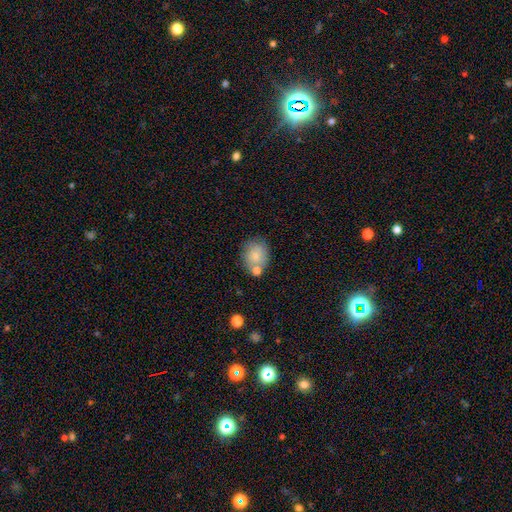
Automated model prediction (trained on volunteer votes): Morphology: type=smooth (79%); roundness=round (64%); merging=none (59%).